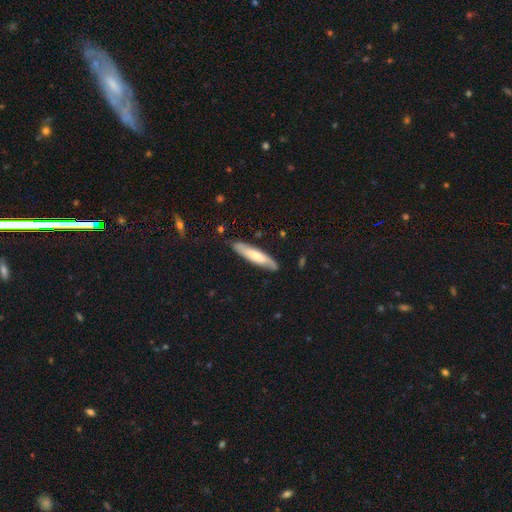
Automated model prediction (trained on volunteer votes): smooth 52%, featured or disk 43%, star or artifact 5%. Down the decision tree: how rounded — cigar-shaped (79%); merging — none (83%).